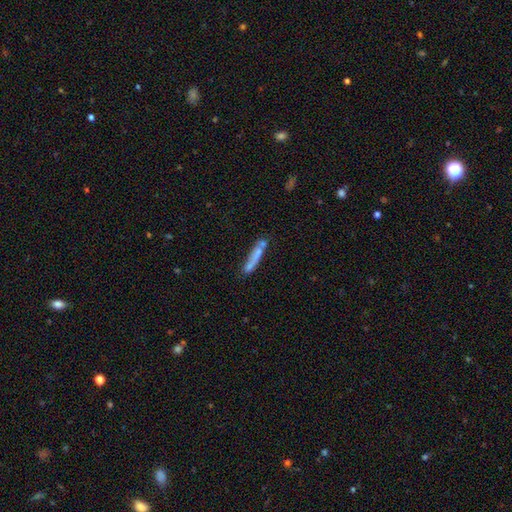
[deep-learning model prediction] A smooth galaxy with no disk features (59%) that is cigar-shaped (90%). Merging: none (57%).